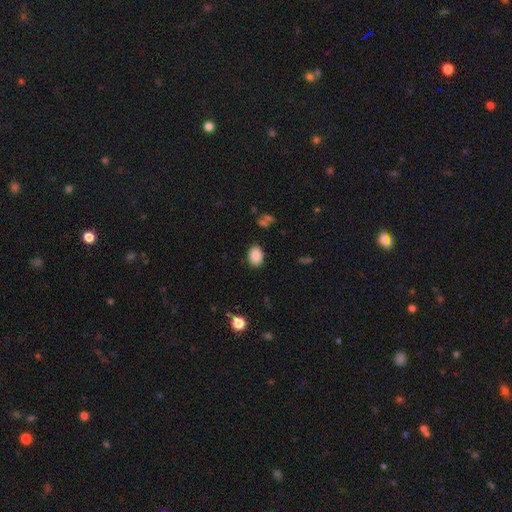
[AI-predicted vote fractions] smooth 87%, star or artifact 9%, featured or disk 5%. Down the decision tree: how rounded — in between (73%); merging — none (87%).